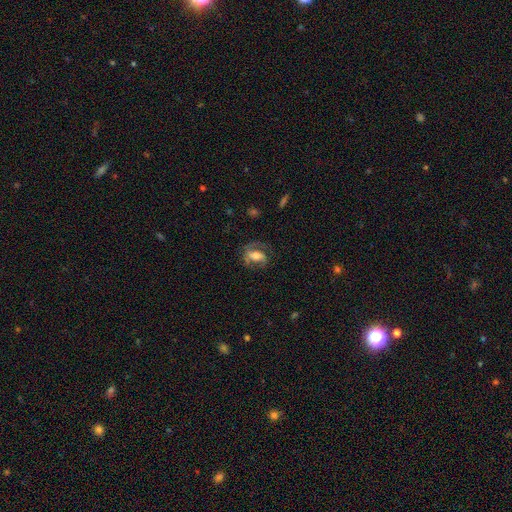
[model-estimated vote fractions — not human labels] A featured or disk galaxy (58%) with no bar (36%), spiral arms (76%) and a moderate central bulge (52%).

Vote fractions:
- Smooth or featured? featured or disk: 58% / smooth: 34% / star or artifact: 8%
- Edge-on disk? no: 94% / yes: 6%
- Bar? no: 36% / weak: 34% / strong: 30%
- Spiral arms? yes: 76% / no: 24%
- Bulge size? moderate: 52% / large: 26% / small: 16% / none: 3% / dominant: 3%
- Merging? none: 60% / minor disturbance: 20% / major disturbance: 19% / merger: 2%